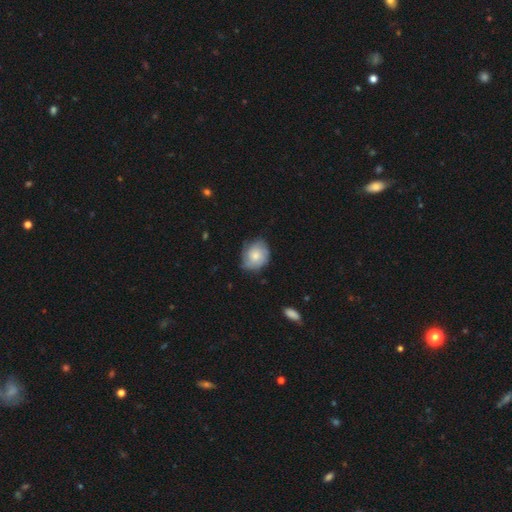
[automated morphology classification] smooth-or-featured: smooth: 62% | featured or disk: 31% | star or artifact: 7%
  how-rounded: round: 59% | in between: 40% | cigar-shaped: 1%
  merging: none: 68% | minor disturbance: 25% | major disturbance: 6% | merger: 1%